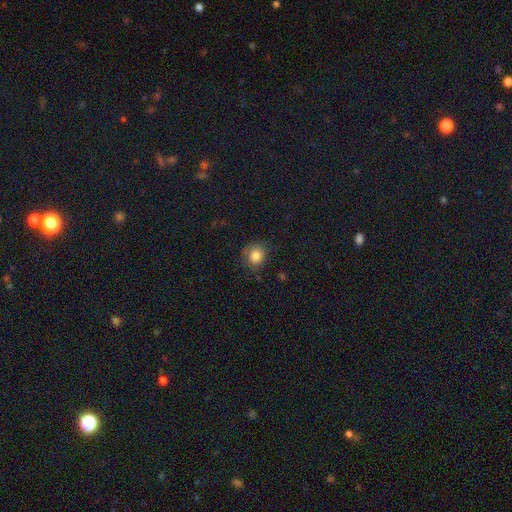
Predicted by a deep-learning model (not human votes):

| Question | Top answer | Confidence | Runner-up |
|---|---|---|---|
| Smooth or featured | smooth | 84% | star or artifact (11%) |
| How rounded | round | 82% | in between (17%) |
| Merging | none | 75% | minor disturbance (19%) |